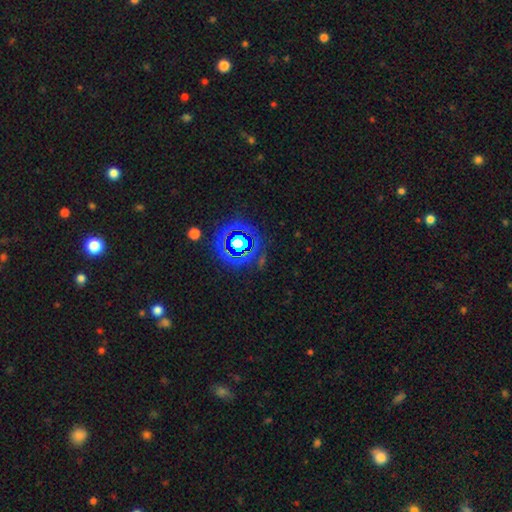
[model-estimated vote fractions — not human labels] Smooth or featured? star or artifact (74%)